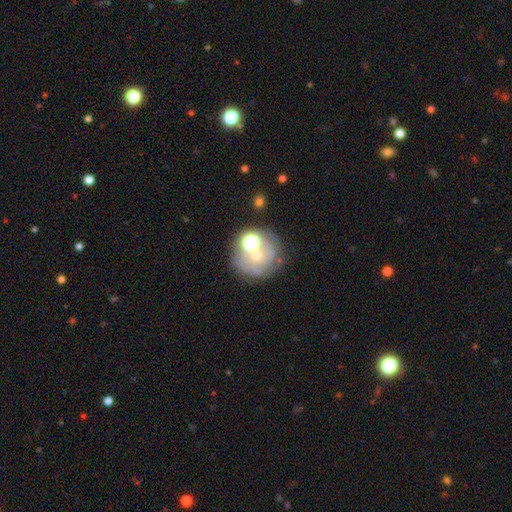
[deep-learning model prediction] Smooth or featured? featured or disk (44%)
Merging? none (57%)